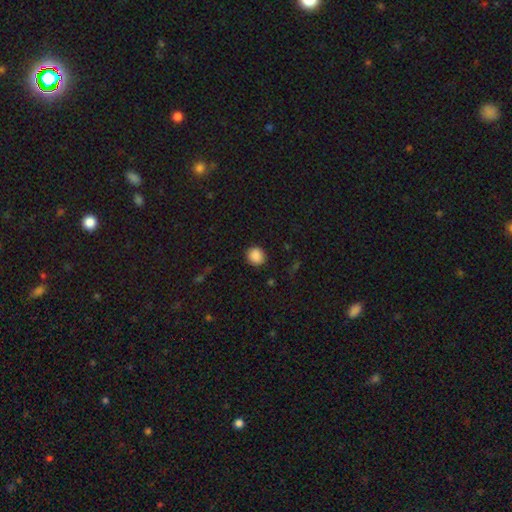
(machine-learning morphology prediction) smooth 89%, star or artifact 9%, featured or disk 3%. Down the decision tree: how rounded — round (84%); merging — none (89%).